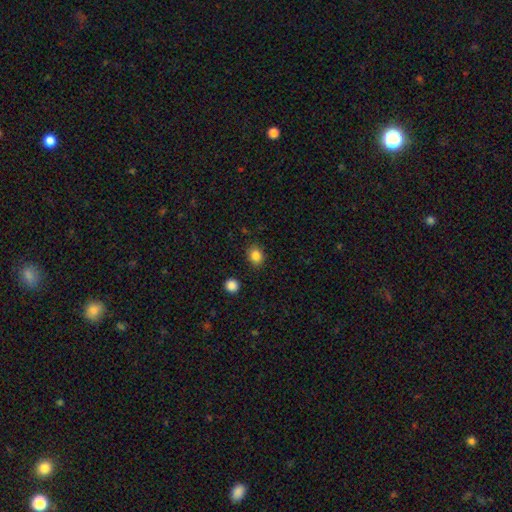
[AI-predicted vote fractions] The model was most divided on "how rounded": round: 64%, in between: 35%, cigar-shaped: 1%. More confident: merging — none (86%); smooth or featured — smooth (84%).